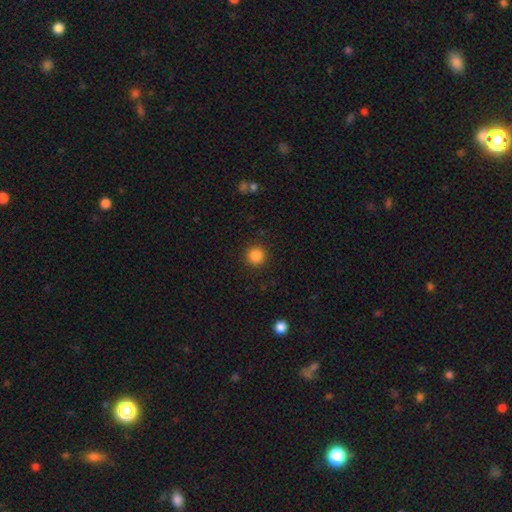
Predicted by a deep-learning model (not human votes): This is clearly a smooth galaxy (85%). How rounded: clearly round (95%). Merging: clearly none (92%).